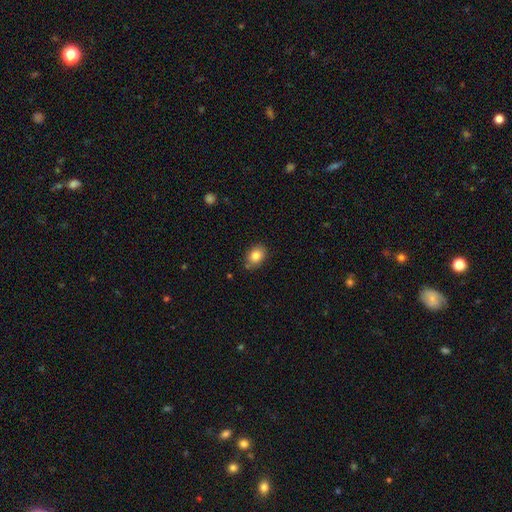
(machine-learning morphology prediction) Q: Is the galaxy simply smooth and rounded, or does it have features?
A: smooth — 84%.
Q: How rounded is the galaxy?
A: in between — 69%.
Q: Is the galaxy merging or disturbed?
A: none — 81%.